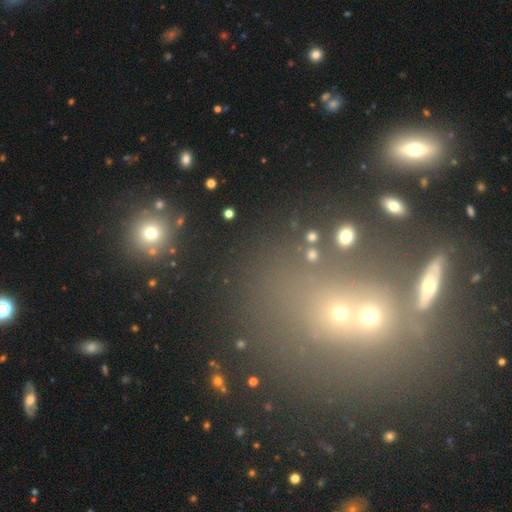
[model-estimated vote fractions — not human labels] This is marginally a star or artifact rather than a galaxy (44%).